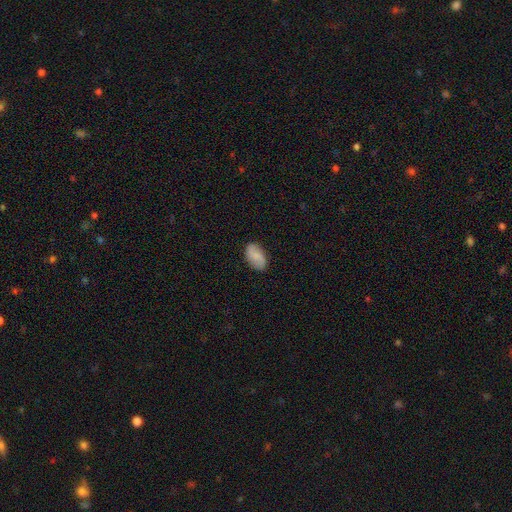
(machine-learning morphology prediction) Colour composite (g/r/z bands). It shows a smooth galaxy with no disk features (71%) that is in between round and cigar-shaped (94%). Merging: none (85%).